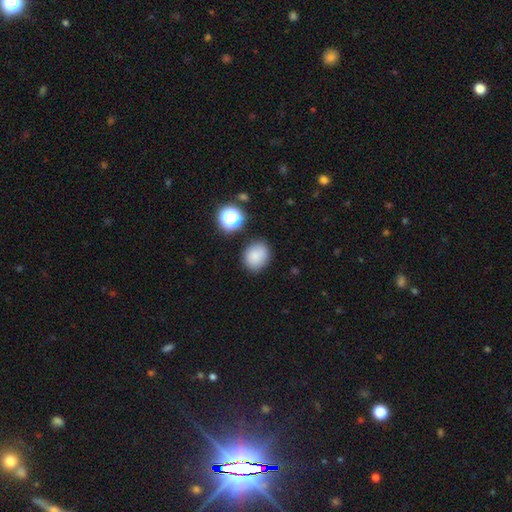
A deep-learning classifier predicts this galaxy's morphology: Q: Smooth or featured?
A: smooth (82%); runner-up: star or artifact (12%)
Q: How rounded?
A: round (65%); runner-up: in between (34%)
Q: Merging?
A: none (80%); runner-up: minor disturbance (13%)